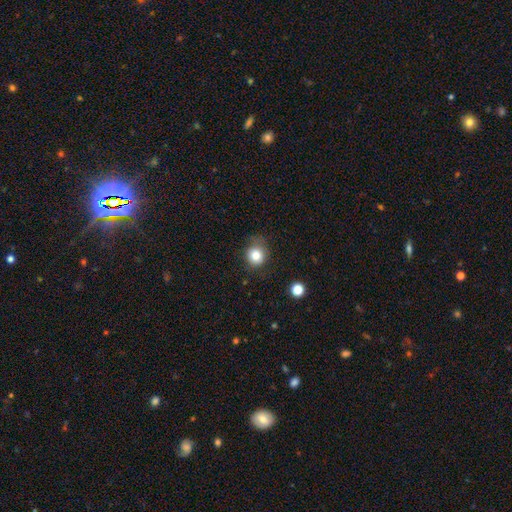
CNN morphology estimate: smooth 81%, star or artifact 11%, featured or disk 8%. Down the decision tree: how rounded — round (79%); merging — none (65%).